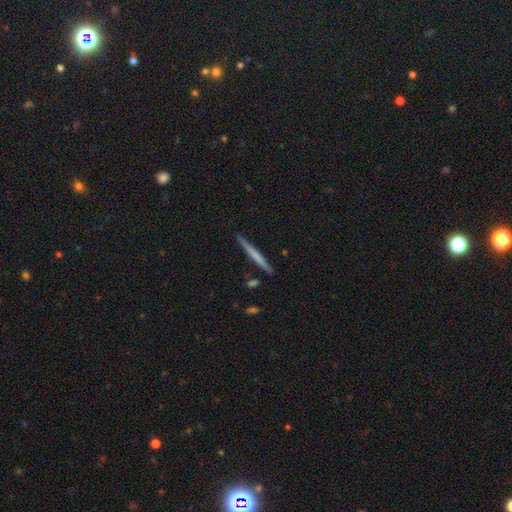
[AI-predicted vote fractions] smooth-or-featured: smooth: 55% | featured or disk: 40% | star or artifact: 5%
  how-rounded: cigar-shaped: 97% | in between: 2% | round: 1%
  merging: none: 90% | minor disturbance: 7% | merger: 2% | major disturbance: 1%